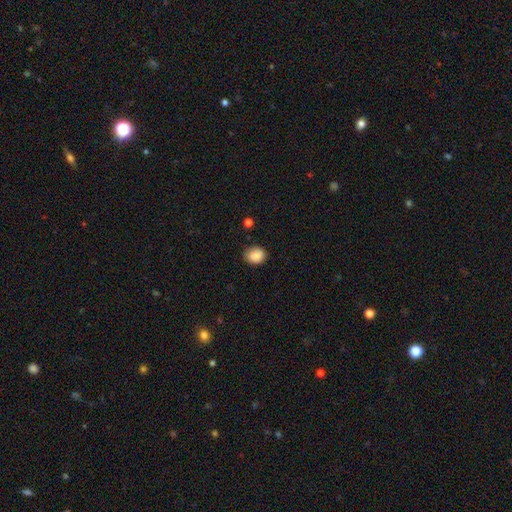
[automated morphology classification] This appears to be a smooth galaxy with no disk features (87%) that is round (57%). Merging: none (81%).